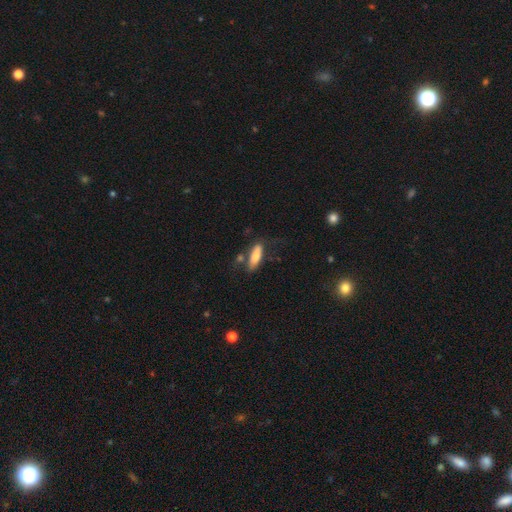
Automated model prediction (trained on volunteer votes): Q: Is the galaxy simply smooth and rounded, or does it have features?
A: smooth — 75%.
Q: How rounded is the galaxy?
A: in between — 55%.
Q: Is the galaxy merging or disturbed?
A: none — 60%.